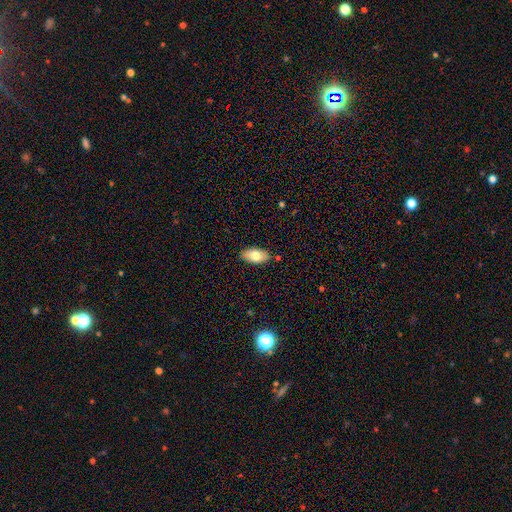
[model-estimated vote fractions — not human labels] A smooth galaxy with no disk features (75%) that is in between round and cigar-shaped (93%). Merging: none (85%).